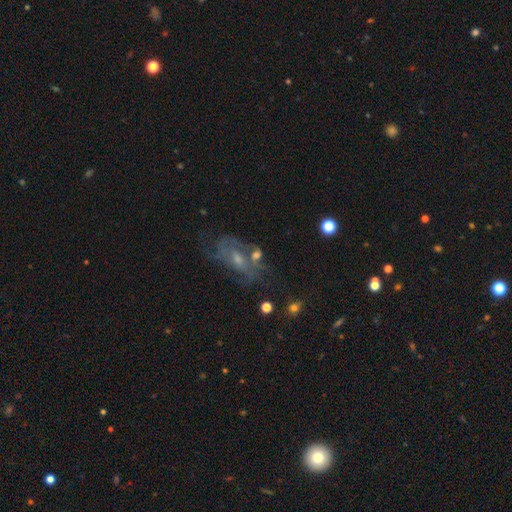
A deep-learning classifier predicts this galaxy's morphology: smooth_or_featured: featured or disk (p=0.58) [alt: smooth p=0.28]
disk_edge_on: no (p=0.92) [alt: yes p=0.08]
bar: no (p=0.57) [alt: weak p=0.35]
has_spiral_arms: yes (p=0.67) [alt: no p=0.33]
bulge_size: moderate (p=0.44) [alt: small p=0.41]
merging: none (p=0.41) [alt: merger p=0.22]